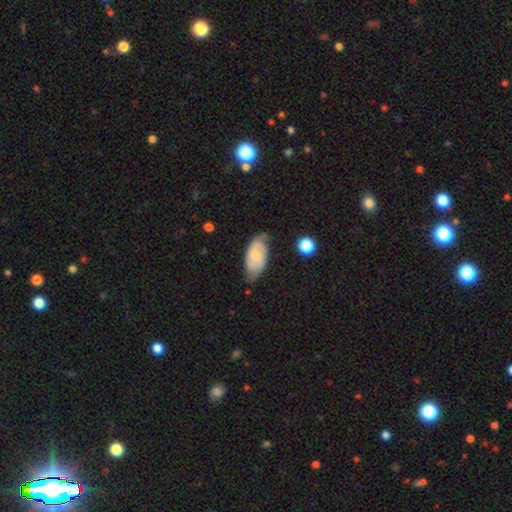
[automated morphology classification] featured or disk 56%, smooth 37%, star or artifact 6%. Down the decision tree: edge-on disk — no (93%); bar — no (54%); spiral arms — yes (85%); bulge size — small (45%); merging — none (58%).